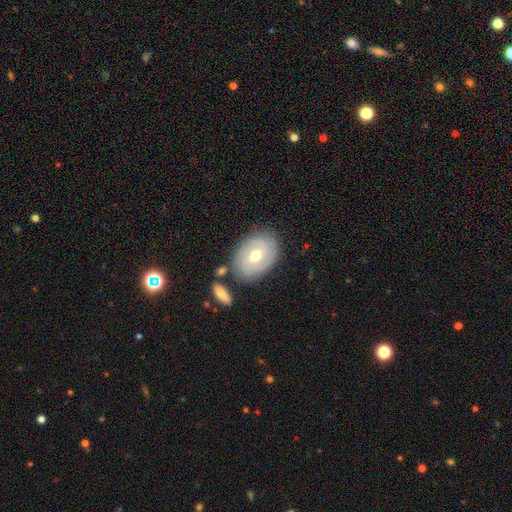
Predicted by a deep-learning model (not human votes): Morphology: type=featured or disk (56%); edge-on=no (93%); bar=no (56%); spiral arms=yes (61%); bulge=moderate (76%); merging=none (75%).